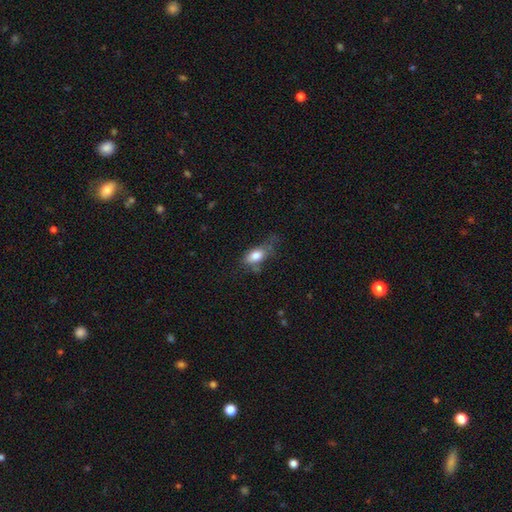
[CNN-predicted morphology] Smooth or featured: smooth — 78% (featured or disk — 14%)
How rounded: in between — 85% (round — 8%)
Merging: none — 39% (minor disturbance — 33%)